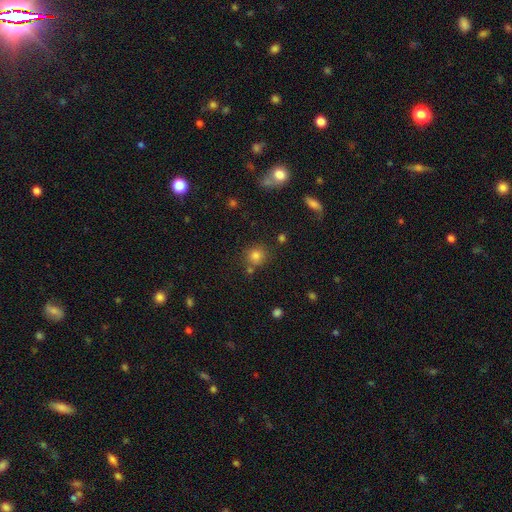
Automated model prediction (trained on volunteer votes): A smooth galaxy with no disk features (79%) that is round (88%). Merging: none (74%).